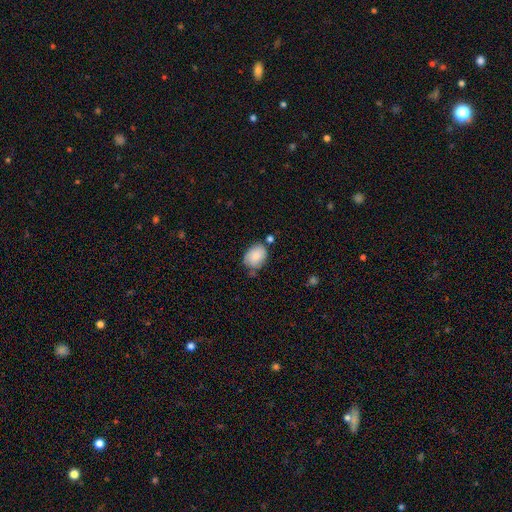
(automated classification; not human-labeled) Overall: smooth (80%). How rounded: in between (77%). Merging: none (58%; minor disturbance 27%).